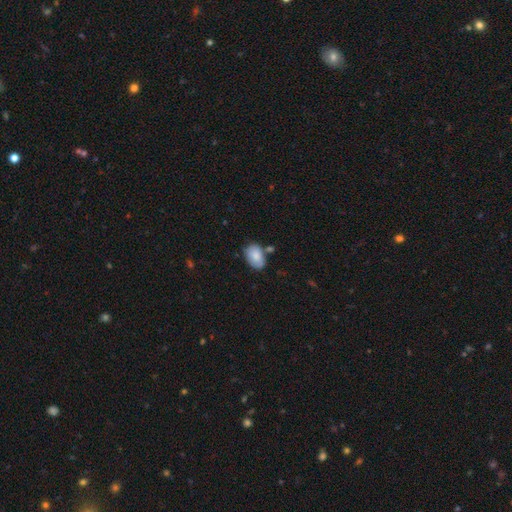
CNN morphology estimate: Overall: smooth (83%). How rounded: in between (88%). Merging: none (64%).